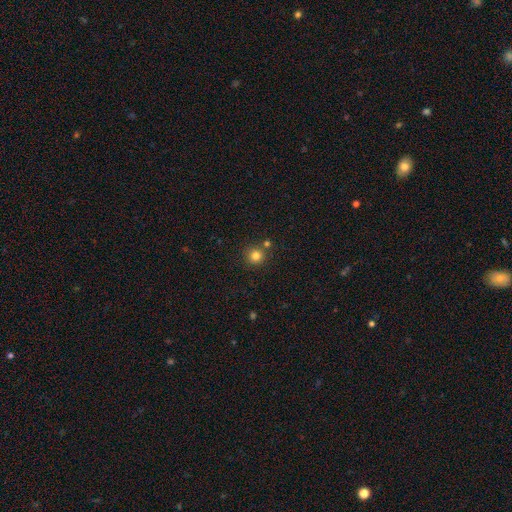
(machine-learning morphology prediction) This is clearly a smooth galaxy (81%). How rounded: clearly round (94%). Merging: likely none (79%).